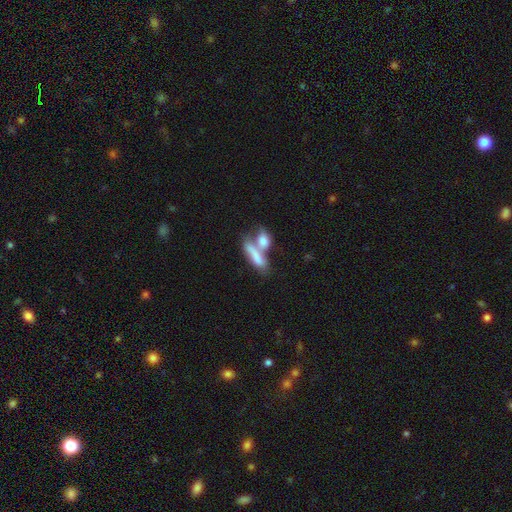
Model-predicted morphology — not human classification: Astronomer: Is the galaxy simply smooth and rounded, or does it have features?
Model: smooth — 72%.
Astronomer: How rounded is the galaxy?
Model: in between — 49% (runner-up: cigar-shaped, 43%).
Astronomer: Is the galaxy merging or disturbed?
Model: merger — 58%.